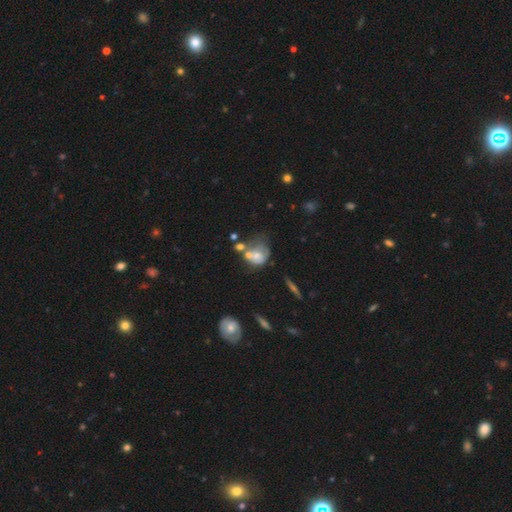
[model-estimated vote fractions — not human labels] smooth 49%, featured or disk 38%, star or artifact 12%. Down the decision tree: merging — merger (37%).